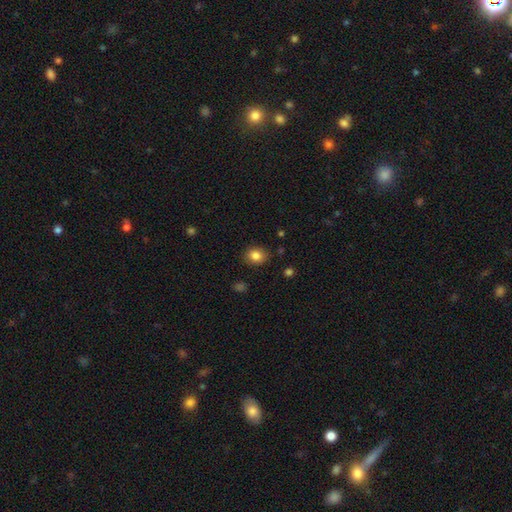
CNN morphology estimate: Q: Smooth or featured?
A: smooth (84%); runner-up: star or artifact (10%)
Q: How rounded?
A: round (54%); runner-up: in between (45%)
Q: Merging?
A: none (85%); runner-up: minor disturbance (10%)